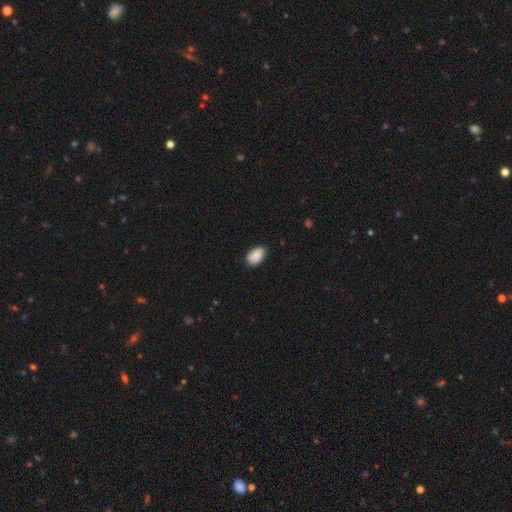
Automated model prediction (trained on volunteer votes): smooth 88%, star or artifact 7%, featured or disk 5%. Down the decision tree: how rounded — in between (90%); merging — none (77%).